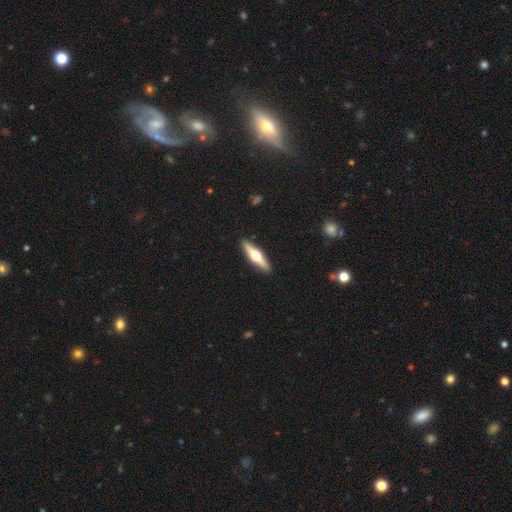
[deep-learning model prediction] Smooth or featured: featured or disk — 62% (smooth — 33%)
Edge-on disk: yes — 96% (no — 4%)
Edge-on bulge: rounded — 95% (boxy — 3%)
Merging: none — 91% (minor disturbance — 6%)